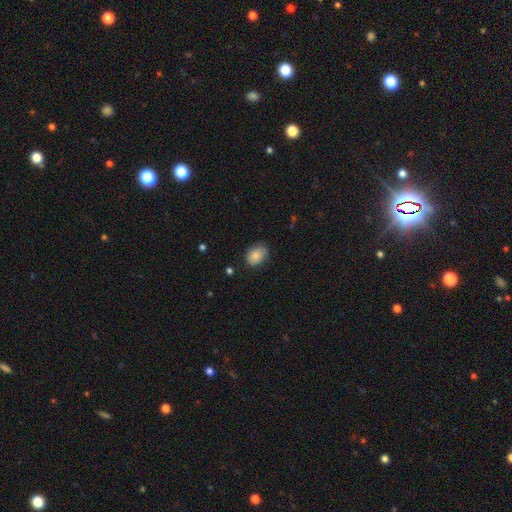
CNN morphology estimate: This appears to be a smooth galaxy with no disk features (84%) that is in between round and cigar-shaped (73%). Merging: none (75%).